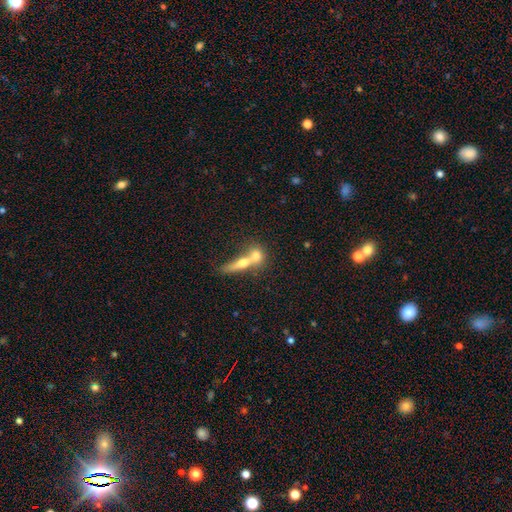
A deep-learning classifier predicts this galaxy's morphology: Smooth or featured?
  - smooth: 63% *
  - featured or disk: 29%
  - star or artifact: 8%
How rounded?
  - in between: 37% *
  - round: 34%
  - cigar-shaped: 29%
Merging?
  - merger: 65% *
  - none: 25%
  - minor disturbance: 6%
  - major disturbance: 4%